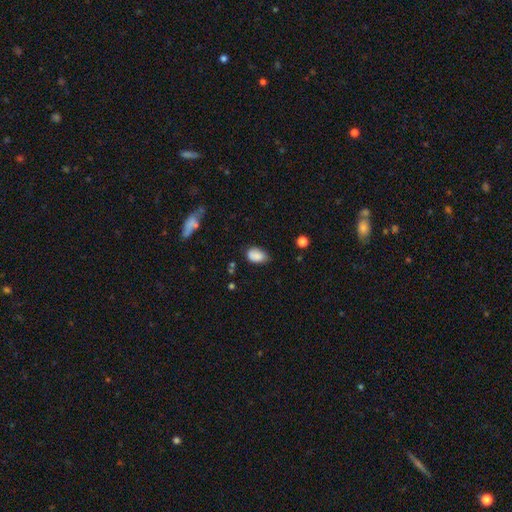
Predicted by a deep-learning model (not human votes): smooth_or_featured: smooth (p=0.84) [alt: star or artifact p=0.08]
how_rounded: in between (p=0.87) [alt: round p=0.12]
merging: none (p=0.58) [alt: minor disturbance p=0.31]